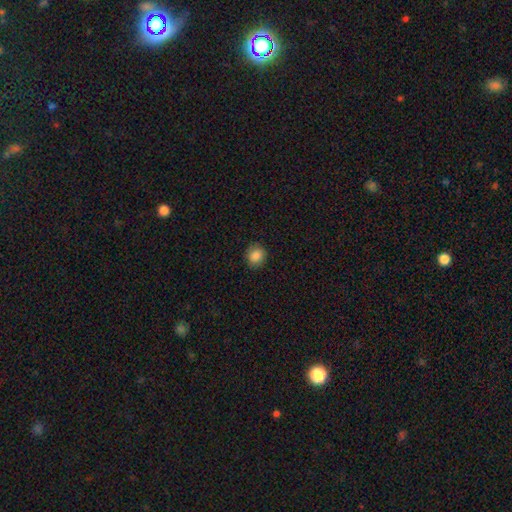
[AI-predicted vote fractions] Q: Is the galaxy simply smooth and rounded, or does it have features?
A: smooth — 87%.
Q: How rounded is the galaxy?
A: round — 74%.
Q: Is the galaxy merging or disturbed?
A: none — 87%.